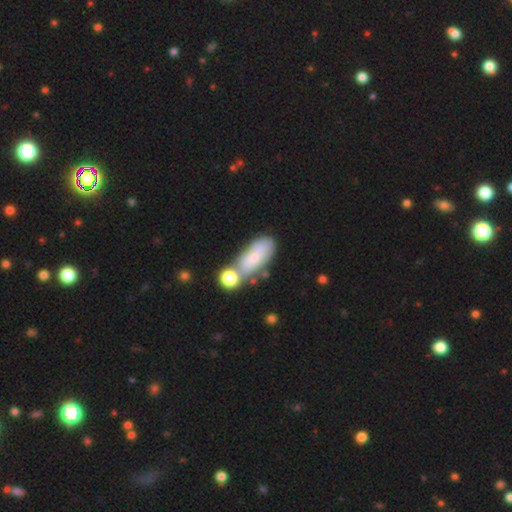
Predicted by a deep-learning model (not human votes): Q: Smooth or featured?
A: smooth (66%); runner-up: featured or disk (26%)
Q: How rounded?
A: in between (83%); runner-up: cigar-shaped (13%)
Q: Merging?
A: none (40%); runner-up: merger (34%)